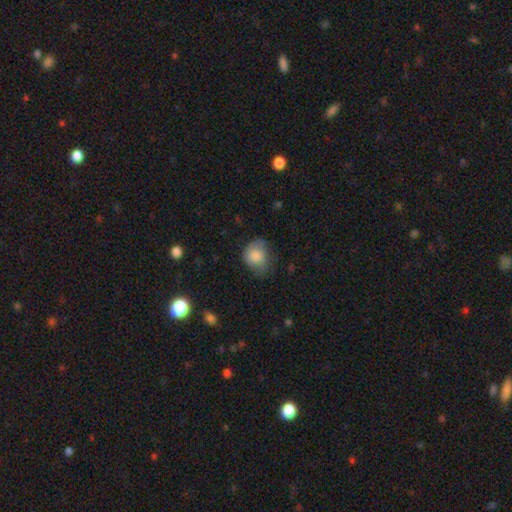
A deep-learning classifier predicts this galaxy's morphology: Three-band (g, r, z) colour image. It shows a smooth galaxy with no disk features (79%) that is round (64%). Merging: none (48%).